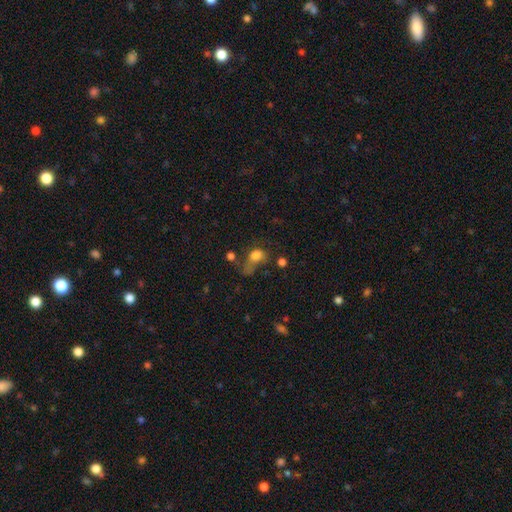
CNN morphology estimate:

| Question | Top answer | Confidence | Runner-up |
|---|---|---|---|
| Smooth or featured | smooth | 70% | featured or disk (16%) |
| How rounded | in between | 64% | round (34%) |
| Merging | major disturbance | 46% | none (21%) |